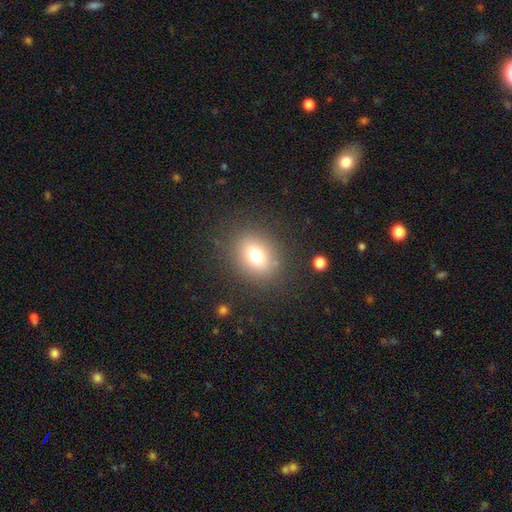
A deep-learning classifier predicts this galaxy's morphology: Overall: smooth (73%). How rounded: round (52%; in between 47%). Merging: none (83%).